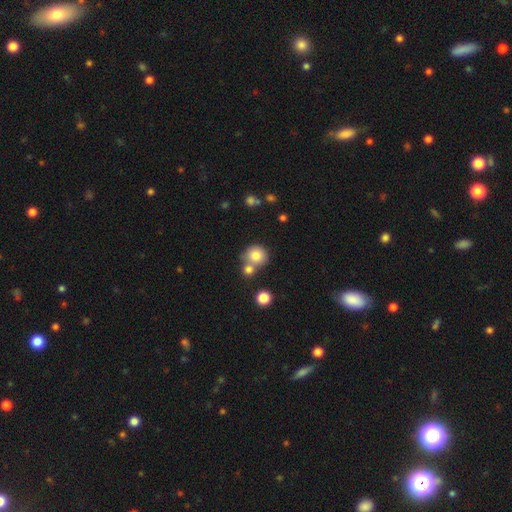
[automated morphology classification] This appears to be a smooth galaxy with no disk features (80%) that is round (88%). Merging: none (54%).